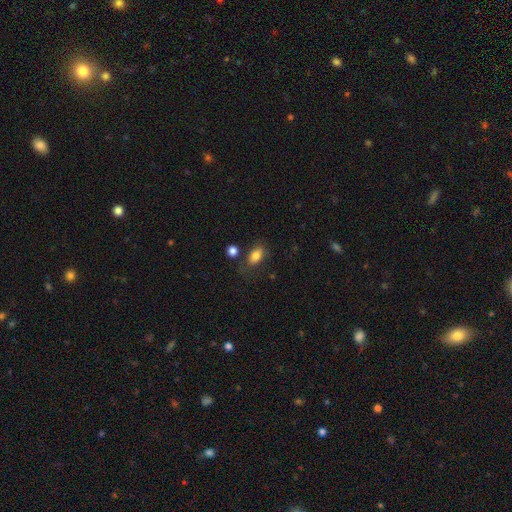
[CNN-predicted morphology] Smooth or featured?
  - smooth: 82% *
  - star or artifact: 9%
  - featured or disk: 9%
How rounded?
  - in between: 87% *
  - round: 11%
  - cigar-shaped: 2%
Merging?
  - none: 69% *
  - minor disturbance: 17%
  - merger: 7%
  - major disturbance: 6%